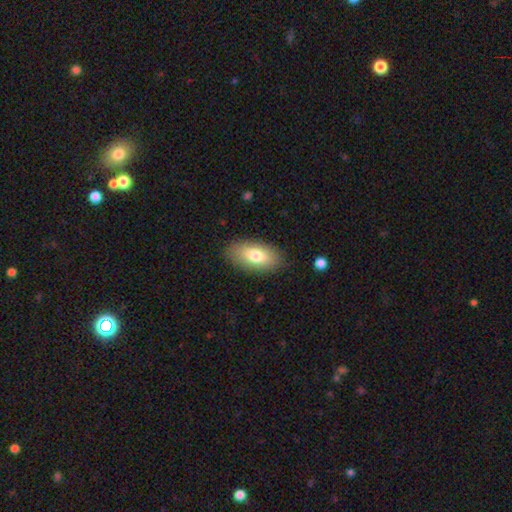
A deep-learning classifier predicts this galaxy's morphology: smooth 76%, featured or disk 17%, star or artifact 7%. Down the decision tree: how rounded — in between (91%); merging — none (85%).